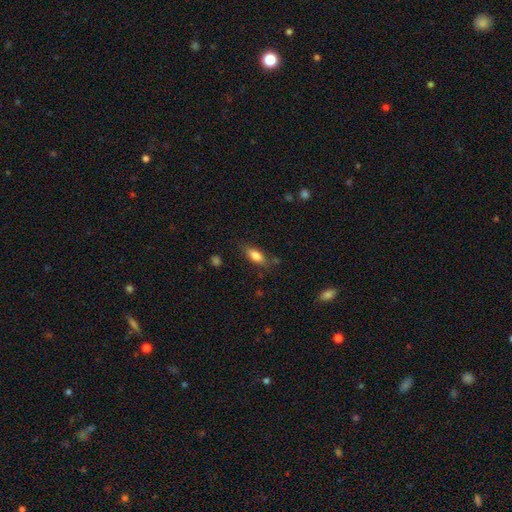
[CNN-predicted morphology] The model was most divided on "how rounded": in between: 72%, cigar-shaped: 25%, round: 3%. More confident: smooth or featured — smooth (79%); merging — none (74%).